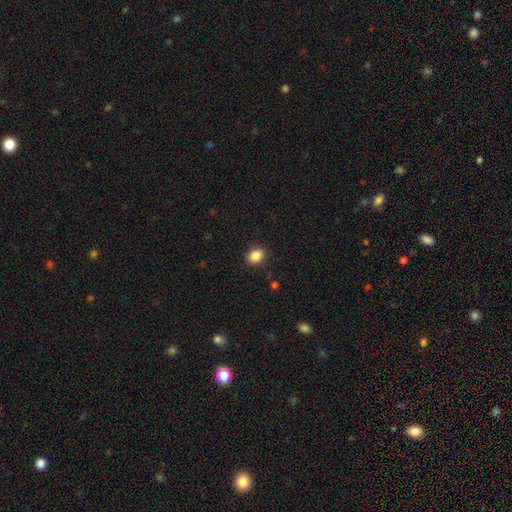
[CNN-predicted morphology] Smooth or featured?
  - smooth: 87% *
  - star or artifact: 10%
  - featured or disk: 3%
How rounded?
  - round: 50% *
  - in between: 49%
  - cigar-shaped: 1%
Merging?
  - none: 89% *
  - minor disturbance: 8%
  - major disturbance: 2%
  - merger: 1%